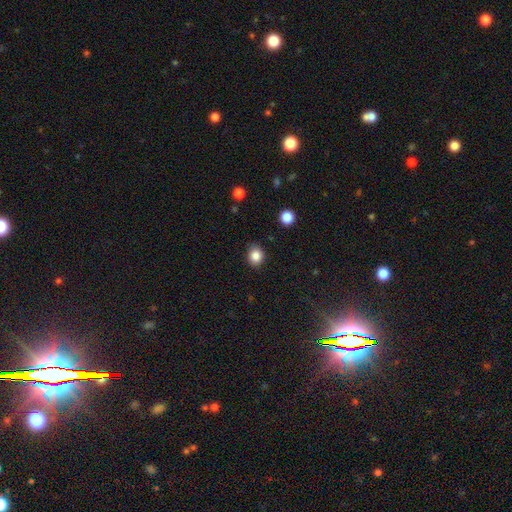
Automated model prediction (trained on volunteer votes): Overall: smooth (85%). How rounded: round (64%; in between 36%). Merging: none (85%).